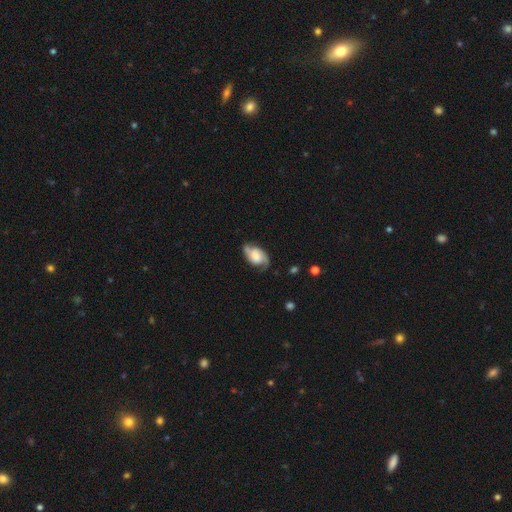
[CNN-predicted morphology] The model was most divided on "bulge size": large: 31%, moderate: 27%, none: 19%, small: 17%, dominant: 6%. Remaining: edge-on disk — no (96%); spiral arms — yes (94%); spiral arm count — 2 (87%); smooth or featured — featured or disk (72%); merging — none (68%); bar — no (54%); spiral winding — medium (45%).